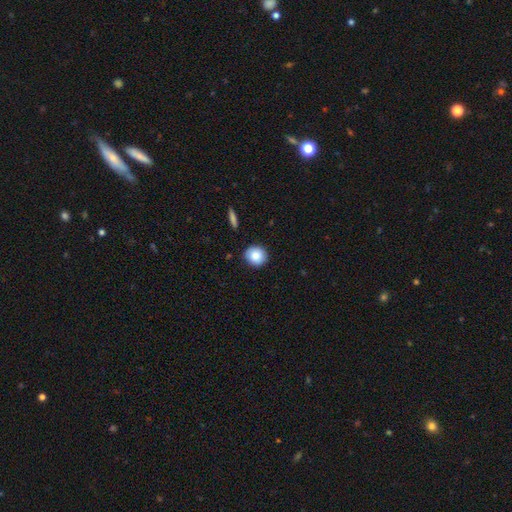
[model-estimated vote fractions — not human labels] Smooth or featured: smooth — 84% (star or artifact — 8%)
How rounded: round — 88% (in between — 11%)
Merging: none — 88% (minor disturbance — 9%)